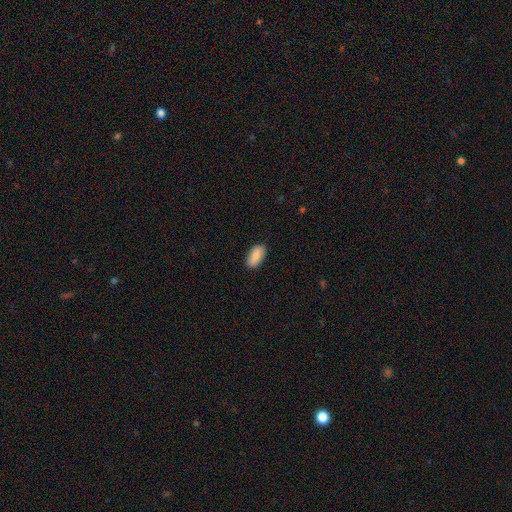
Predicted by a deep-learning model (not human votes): Smooth or featured? smooth (86%)
How rounded? in between (91%)
Merging? none (87%)